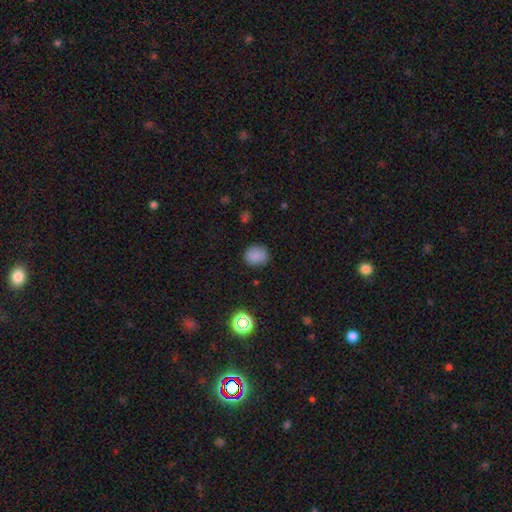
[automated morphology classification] smooth-or-featured: smooth: 82% | star or artifact: 14% | featured or disk: 5%
  how-rounded: round: 64% | in between: 36% | cigar-shaped: 1%
  merging: none: 84% | minor disturbance: 12% | major disturbance: 3% | merger: 1%